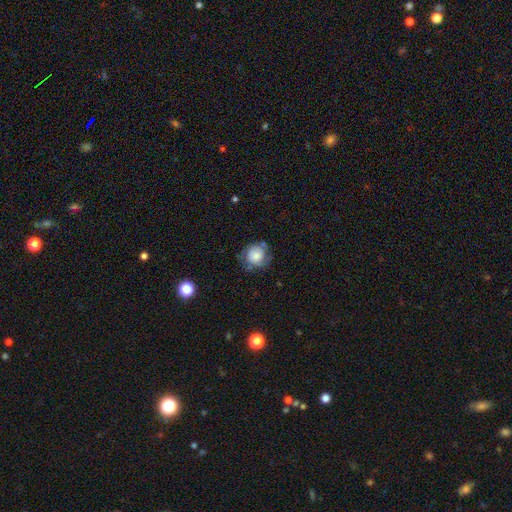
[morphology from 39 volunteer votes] Volunteers were most divided on "spiral arm count" (2-way tie): 2: 40%, can't tell: 40%, 1: 7%, 3: 7%, 4: 7%, more than 4: 0%. Remaining: edge-on disk — no (100%); bar — no (85%); spiral arms — yes (75%); merging — none (68%); spiral winding — tight (60%); smooth or featured — featured or disk (51%); bulge size — moderate (40%).